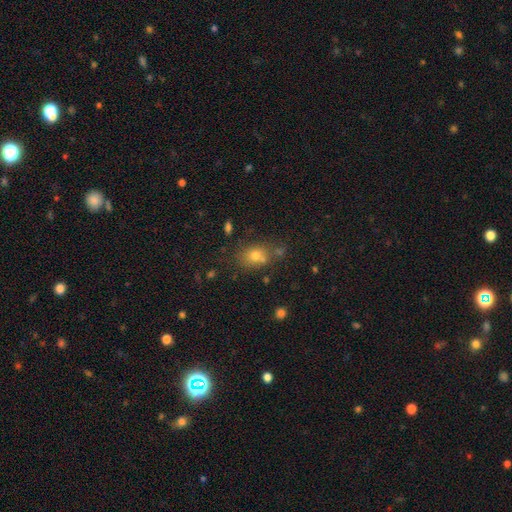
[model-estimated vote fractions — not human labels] smooth-or-featured: smooth: 71% | star or artifact: 17% | featured or disk: 12%
  how-rounded: in between: 58% | round: 41% | cigar-shaped: 2%
  merging: none: 60% | merger: 19% | minor disturbance: 16% | major disturbance: 6%